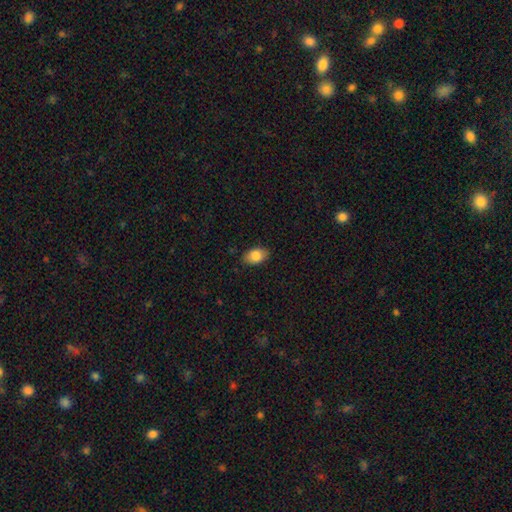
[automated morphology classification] Q: Smooth or featured?
A: smooth (84%); runner-up: featured or disk (8%)
Q: How rounded?
A: in between (87%); runner-up: round (11%)
Q: Merging?
A: none (85%); runner-up: minor disturbance (12%)